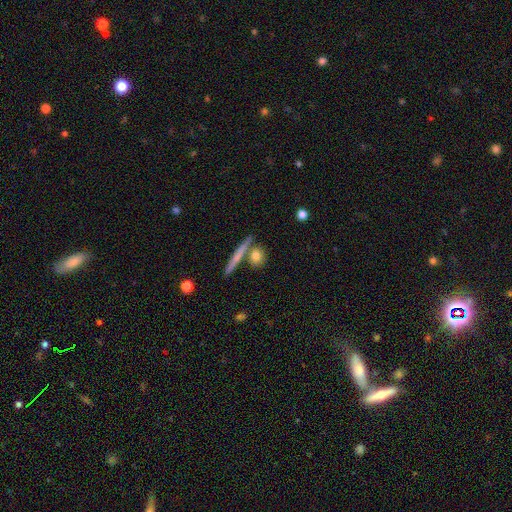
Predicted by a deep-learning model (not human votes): A smooth galaxy with no disk features (74%) that is round (49%). Merging: none (69%).